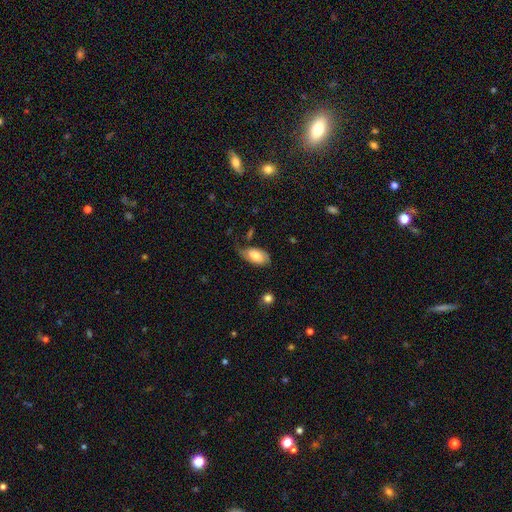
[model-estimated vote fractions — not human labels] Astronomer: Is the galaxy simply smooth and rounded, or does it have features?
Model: smooth — 63%.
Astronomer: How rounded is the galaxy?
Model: in between — 94%.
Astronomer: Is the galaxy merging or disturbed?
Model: none — 42% (runner-up: minor disturbance, 34%).